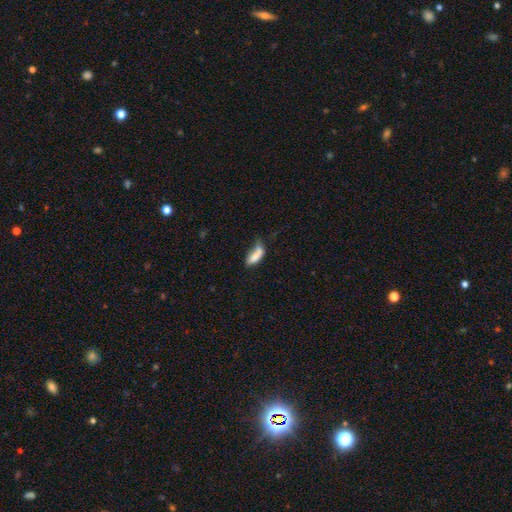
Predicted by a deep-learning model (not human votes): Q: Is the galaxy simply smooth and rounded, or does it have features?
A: smooth — 74%.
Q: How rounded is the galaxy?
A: in between — 77%.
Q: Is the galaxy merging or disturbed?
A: minor disturbance — 28%.